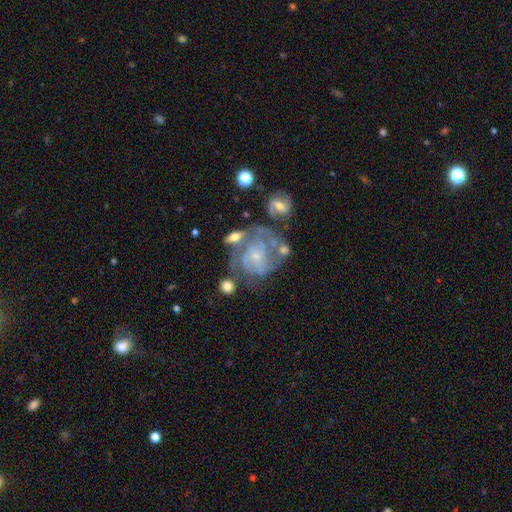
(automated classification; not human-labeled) Overall: featured or disk (77%). Edge-on disk: no (98%). Bar: no (70%). Spiral arms: yes (82%). Spiral arm count: can't tell (42%; 2 20%). Spiral winding: tight (56%; medium 33%). Bulge size: small (71%). Merging: none (41%; merger 20%).